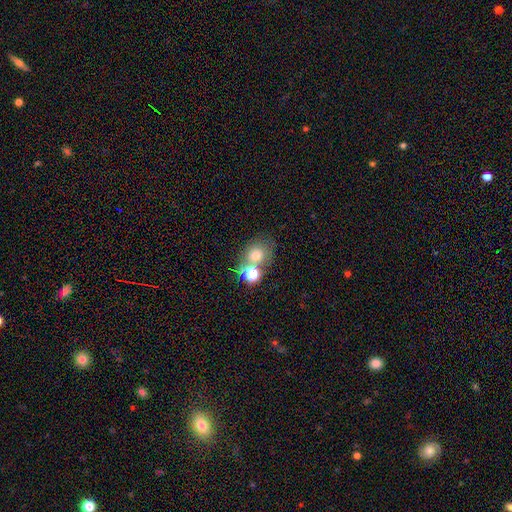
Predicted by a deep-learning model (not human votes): A smooth galaxy with no disk features (70%) that is round (67%). Merging: none (49%).